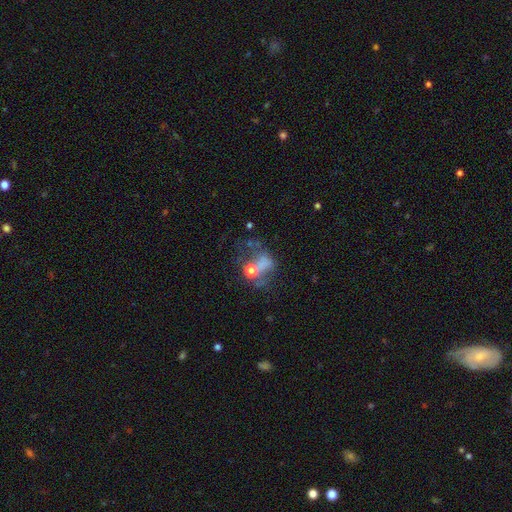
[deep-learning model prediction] This appears to be a featured or disk galaxy (42%). Merging: major disturbance (32%).